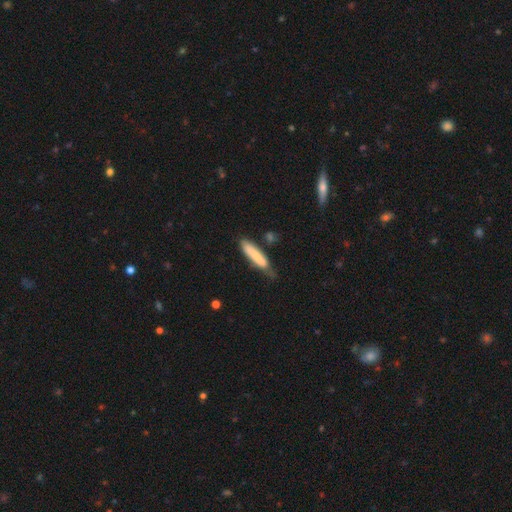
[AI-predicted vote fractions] Q: Smooth or featured?
A: smooth (76%); runner-up: featured or disk (19%)
Q: How rounded?
A: cigar-shaped (81%); runner-up: in between (18%)
Q: Merging?
A: none (56%); runner-up: minor disturbance (31%)